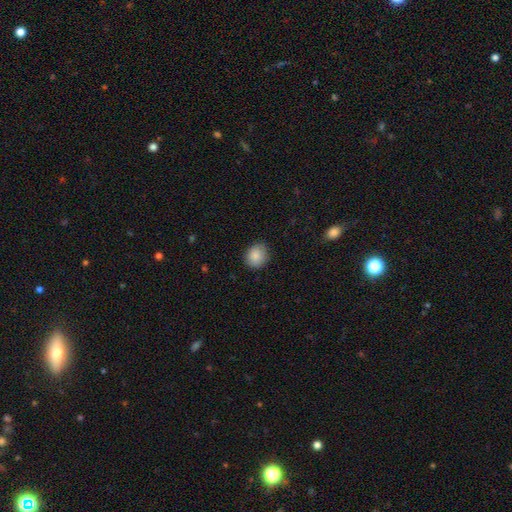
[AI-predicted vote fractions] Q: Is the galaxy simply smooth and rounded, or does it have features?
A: smooth — 88%.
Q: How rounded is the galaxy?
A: round — 75%.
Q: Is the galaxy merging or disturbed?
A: none — 85%.